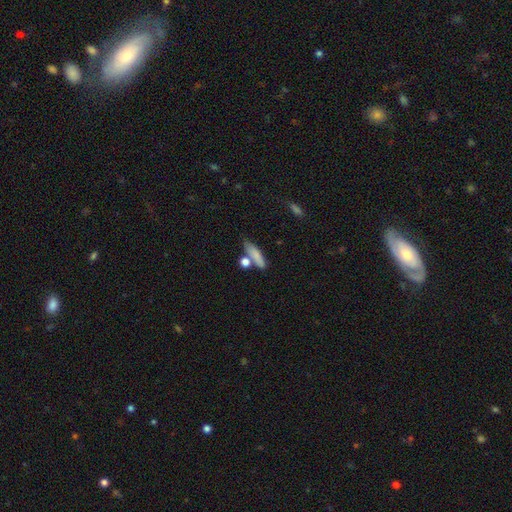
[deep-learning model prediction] This is likely a smooth galaxy (78%). How rounded: possibly cigar-shaped (60%). Merging: likely none (61%).